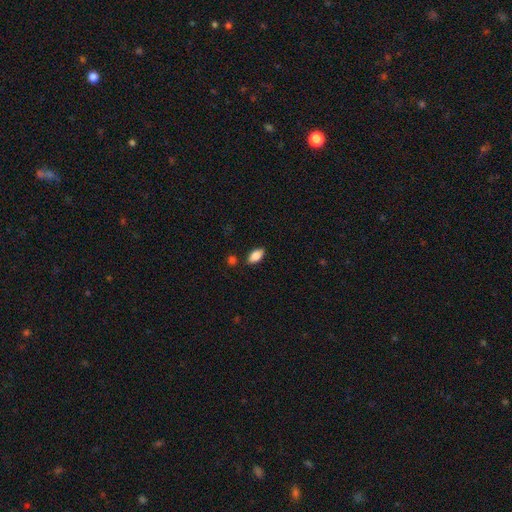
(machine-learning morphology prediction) type=smooth (83%); roundness=in between (91%); merging=none (84%).